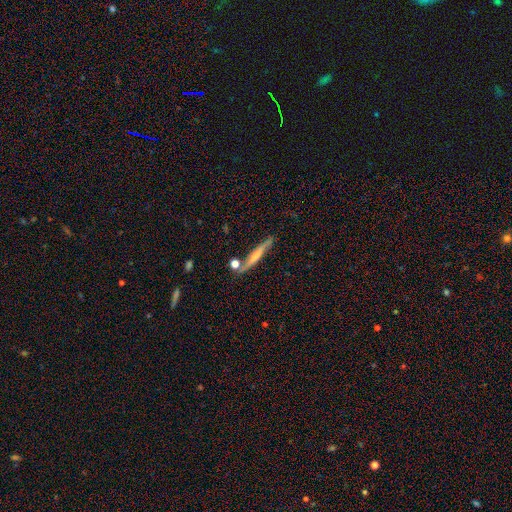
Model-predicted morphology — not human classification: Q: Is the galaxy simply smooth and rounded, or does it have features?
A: smooth — 47%.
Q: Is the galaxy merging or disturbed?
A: none — 75%.